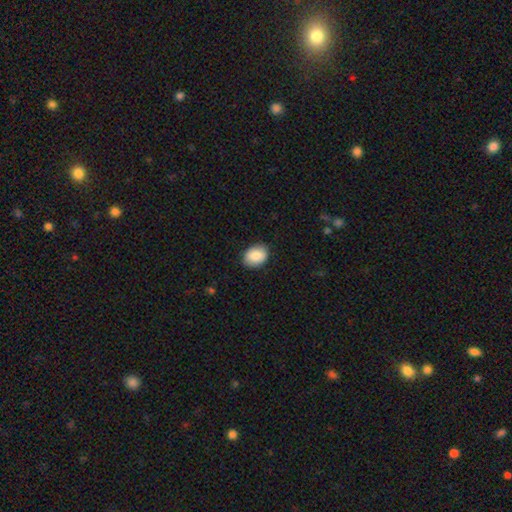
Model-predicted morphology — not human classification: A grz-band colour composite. It shows a smooth galaxy with no disk features (86%) that is in between round and cigar-shaped (65%). Merging: none (87%).